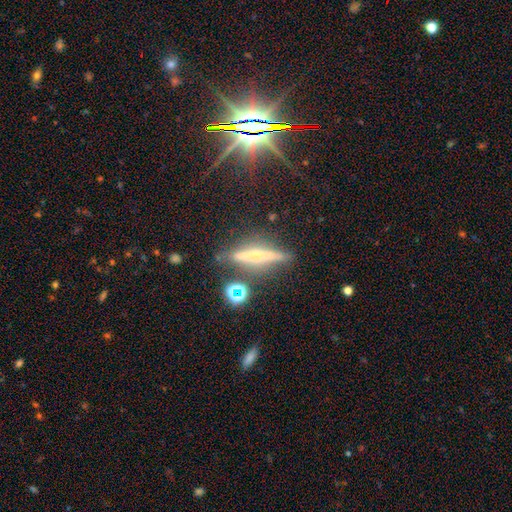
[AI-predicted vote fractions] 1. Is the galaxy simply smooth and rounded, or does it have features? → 62% featured or disk, 22% smooth, 16% star or artifact.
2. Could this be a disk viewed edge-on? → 92% yes, 8% no.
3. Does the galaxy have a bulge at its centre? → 62% rounded, 27% none, 11% boxy.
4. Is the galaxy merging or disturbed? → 74% none, 16% minor disturbance, 5% major disturbance, 5% merger.